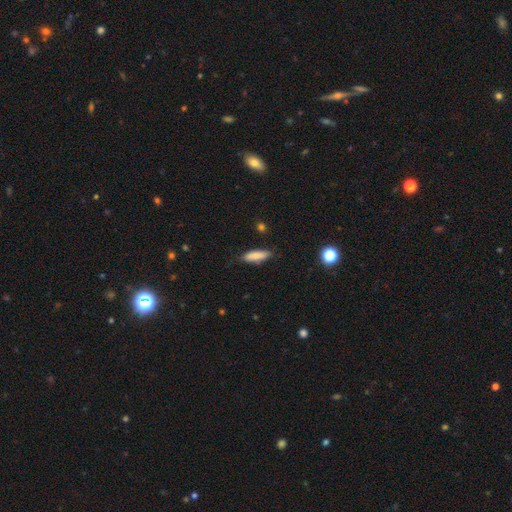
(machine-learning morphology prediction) Smooth or featured: smooth — 82% (featured or disk — 12%)
How rounded: cigar-shaped — 57% (in between — 41%)
Merging: none — 82% (minor disturbance — 14%)